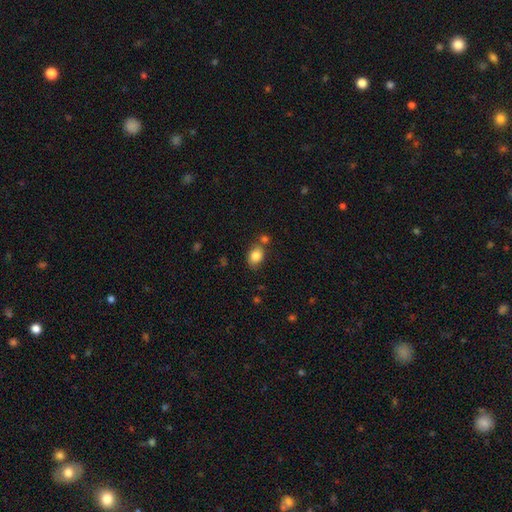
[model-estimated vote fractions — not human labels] Morphology: type=smooth (84%); roundness=in between (66%); merging=none (66%).